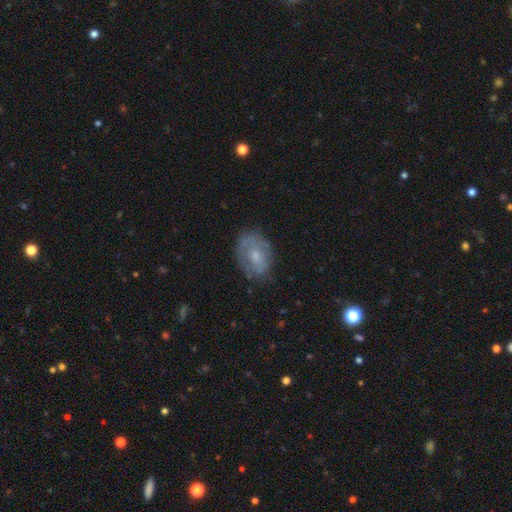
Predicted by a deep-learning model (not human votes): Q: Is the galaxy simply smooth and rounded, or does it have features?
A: smooth — 50%.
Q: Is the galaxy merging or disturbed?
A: none — 64%.